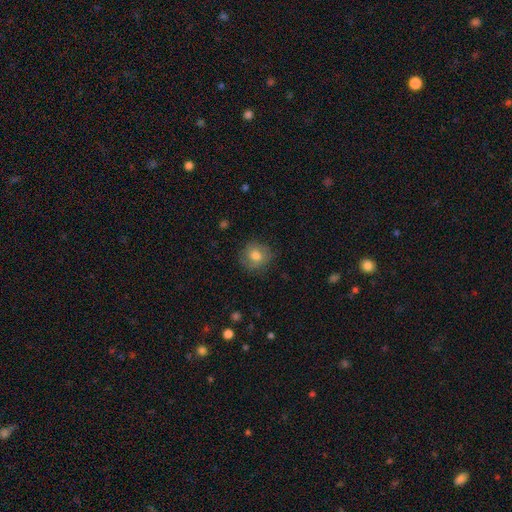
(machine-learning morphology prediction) smooth-or-featured: smooth: 77% | featured or disk: 14% | star or artifact: 9%
  how-rounded: round: 88% | in between: 11% | cigar-shaped: 1%
  merging: none: 79% | minor disturbance: 15% | major disturbance: 4% | merger: 1%